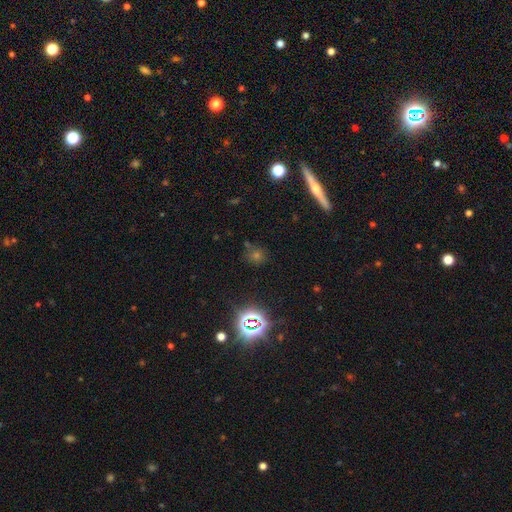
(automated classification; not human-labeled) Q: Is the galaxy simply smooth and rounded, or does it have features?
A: star or artifact — 42%.